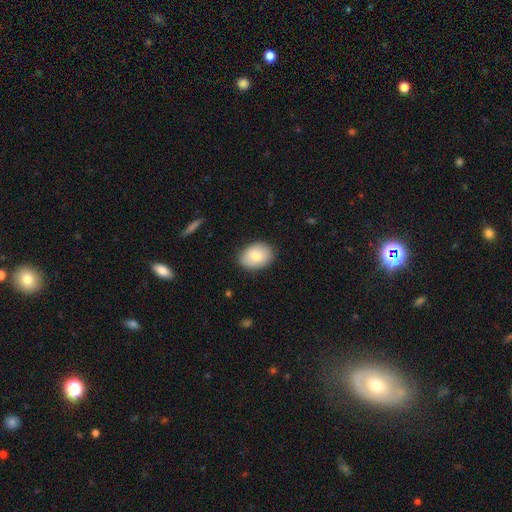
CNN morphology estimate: Smooth or featured?
  - smooth: 79% *
  - featured or disk: 14%
  - star or artifact: 7%
How rounded?
  - in between: 79% *
  - round: 20%
  - cigar-shaped: 1%
Merging?
  - none: 85% *
  - minor disturbance: 12%
  - major disturbance: 3%
  - merger: 1%